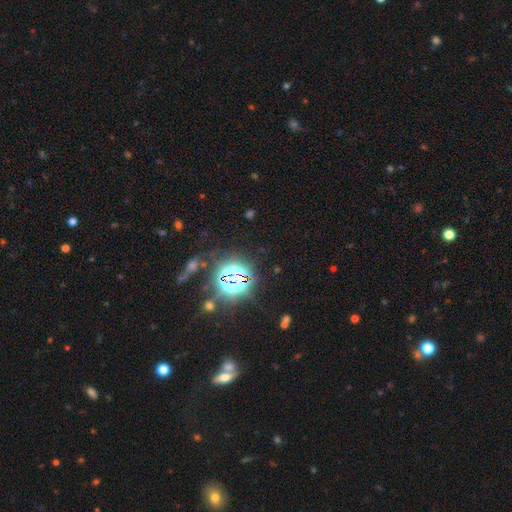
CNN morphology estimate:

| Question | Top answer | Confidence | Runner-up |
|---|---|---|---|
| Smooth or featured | star or artifact | 80% | smooth (13%) |